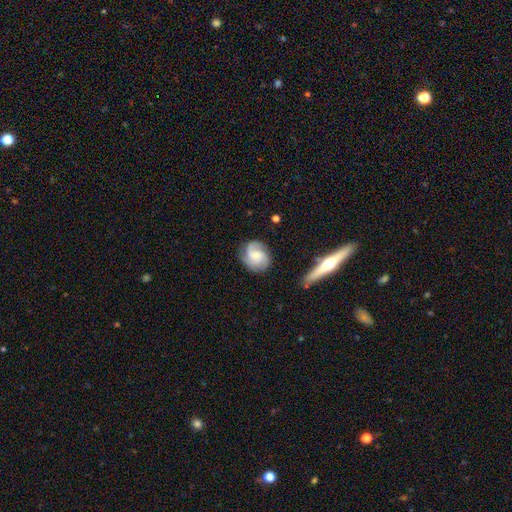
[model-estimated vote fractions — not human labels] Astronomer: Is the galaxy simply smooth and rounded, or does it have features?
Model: featured or disk — 70%.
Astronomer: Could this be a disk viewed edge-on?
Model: no — 97%.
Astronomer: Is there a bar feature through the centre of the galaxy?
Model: no — 61%.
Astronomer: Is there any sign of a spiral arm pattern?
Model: yes — 95%.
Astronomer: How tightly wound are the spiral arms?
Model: medium — 45% (runner-up: tight, 33%).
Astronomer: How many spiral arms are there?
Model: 2 — 37%, tied with 3 at 37%.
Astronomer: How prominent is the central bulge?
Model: small — 51% (runner-up: moderate, 42%).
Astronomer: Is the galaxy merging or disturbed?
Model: none — 77%.